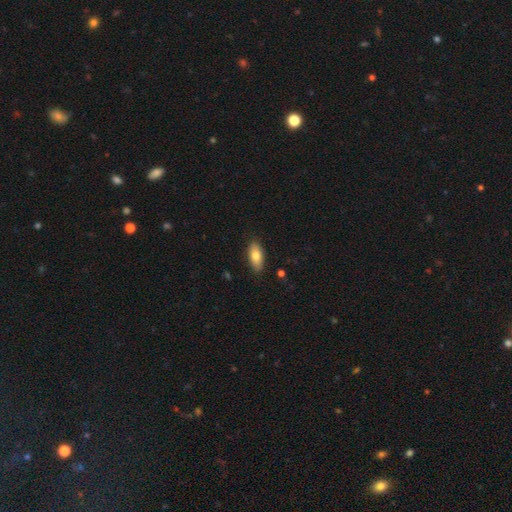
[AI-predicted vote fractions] smooth 78%, featured or disk 16%, star or artifact 7%. Down the decision tree: how rounded — in between (85%); merging — none (85%).